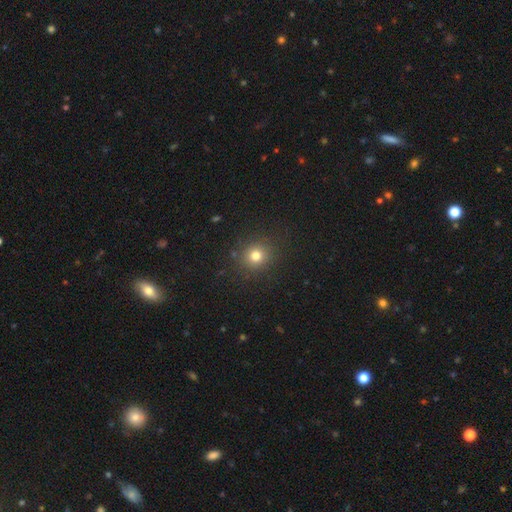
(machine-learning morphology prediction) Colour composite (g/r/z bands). It shows a smooth galaxy with no disk features (78%) that is round (88%). Merging: none (88%).